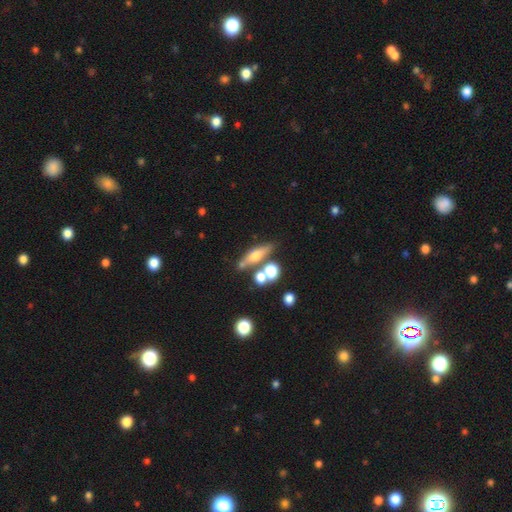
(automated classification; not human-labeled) Morphology: type=smooth (46%); merging=none (63%).